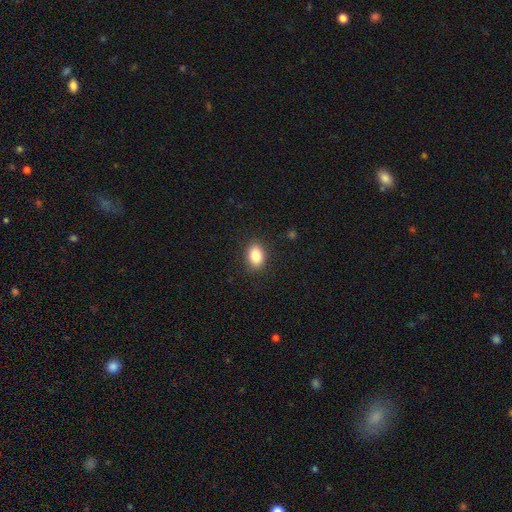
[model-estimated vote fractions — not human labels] Smooth or featured: smooth — 86% (star or artifact — 9%)
How rounded: in between — 77% (round — 21%)
Merging: none — 88% (minor disturbance — 9%)